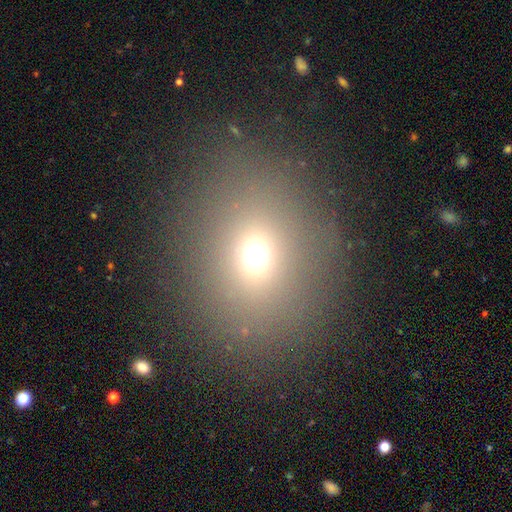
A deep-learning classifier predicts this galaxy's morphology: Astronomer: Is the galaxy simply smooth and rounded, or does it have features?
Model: smooth — 66%.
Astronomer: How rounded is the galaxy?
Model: round — 60% (runner-up: in between, 38%).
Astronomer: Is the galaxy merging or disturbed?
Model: none — 82%.